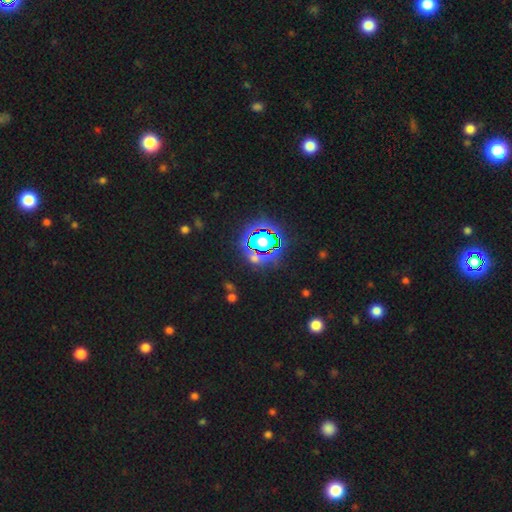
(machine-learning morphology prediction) Smooth or featured? star or artifact (74%)